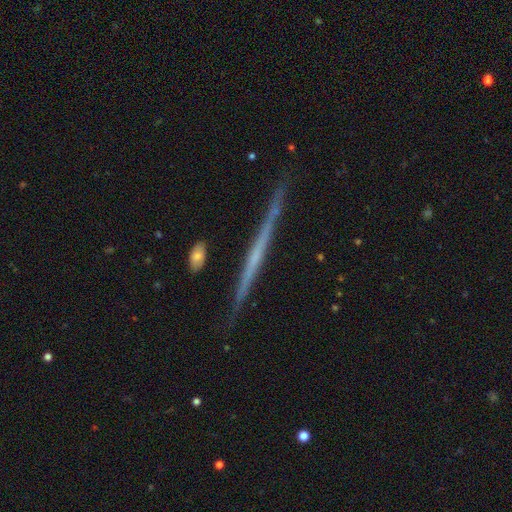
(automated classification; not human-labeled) The model was most divided on "smooth or featured": featured or disk: 69%, smooth: 25%, star or artifact: 6%. More confident: edge-on disk — yes (98%); merging — none (88%); edge-on bulge — none (82%).